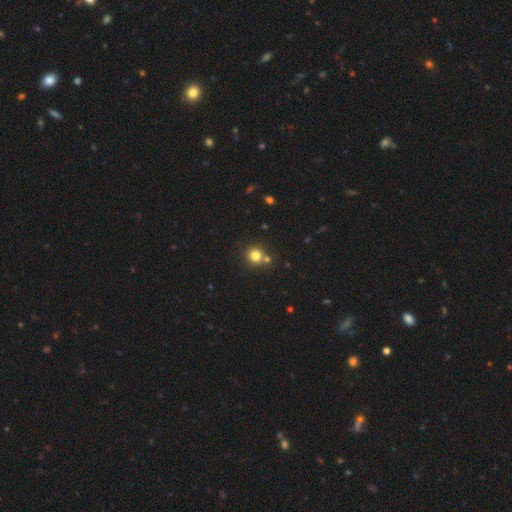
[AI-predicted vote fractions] smooth_or_featured: smooth (p=0.79) [alt: star or artifact p=0.14]
how_rounded: round (p=0.89) [alt: in between p=0.10]
merging: none (p=0.70) [alt: merger p=0.19]